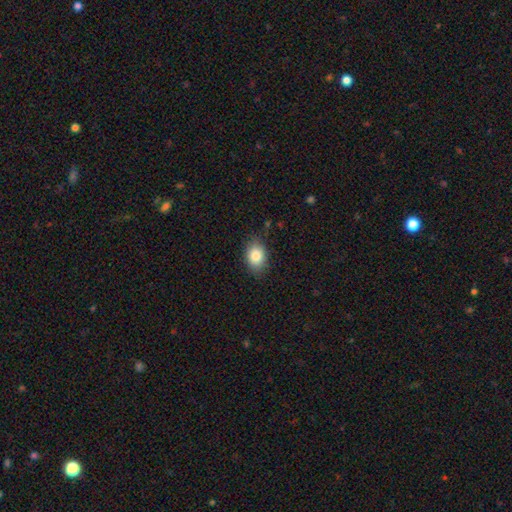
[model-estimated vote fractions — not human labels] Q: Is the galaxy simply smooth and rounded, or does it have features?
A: smooth — 85%.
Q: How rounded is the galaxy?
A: in between — 76%.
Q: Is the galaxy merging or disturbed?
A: none — 83%.